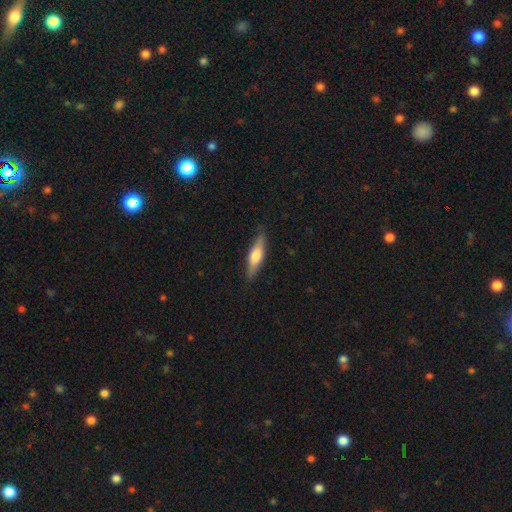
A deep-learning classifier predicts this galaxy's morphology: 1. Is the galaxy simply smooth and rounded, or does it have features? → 56% smooth, 38% featured or disk, 6% star or artifact.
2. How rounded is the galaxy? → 66% cigar-shaped, 32% in between, 2% round.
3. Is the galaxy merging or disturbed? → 85% none, 12% minor disturbance, 2% major disturbance, 1% merger.